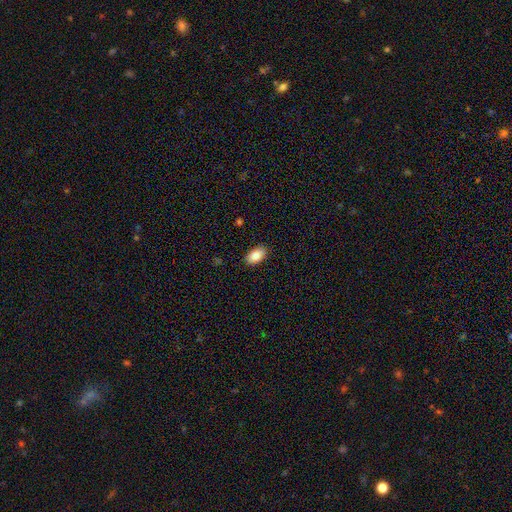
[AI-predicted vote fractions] smooth 88%, star or artifact 7%, featured or disk 5%. Down the decision tree: how rounded — in between (94%); merging — none (88%).